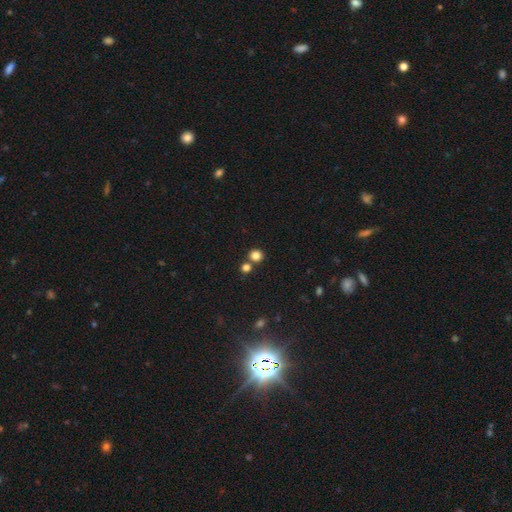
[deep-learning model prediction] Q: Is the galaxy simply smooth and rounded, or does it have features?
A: smooth — 82%.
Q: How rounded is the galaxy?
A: round — 87%.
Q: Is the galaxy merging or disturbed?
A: none — 69%.